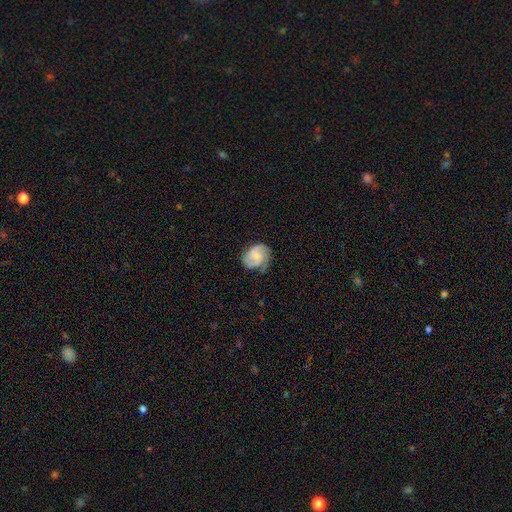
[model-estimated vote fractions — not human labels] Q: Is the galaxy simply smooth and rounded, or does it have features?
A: featured or disk — 68%.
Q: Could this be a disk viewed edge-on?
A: no — 98%.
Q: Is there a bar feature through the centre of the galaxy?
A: no — 59%.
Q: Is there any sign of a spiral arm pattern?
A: yes — 93%.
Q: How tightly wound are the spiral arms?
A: medium — 45%.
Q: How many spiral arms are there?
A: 2 — 48%.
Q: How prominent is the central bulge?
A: small — 52%.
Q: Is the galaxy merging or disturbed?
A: none — 61%.